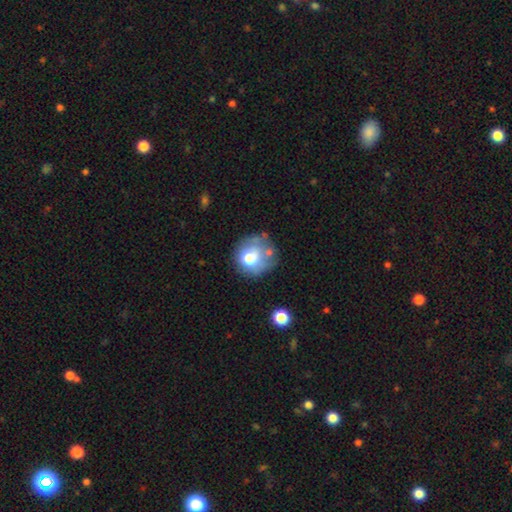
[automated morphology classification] Smooth or featured? smooth (65%)
How rounded? round (86%)
Merging? none (56%)